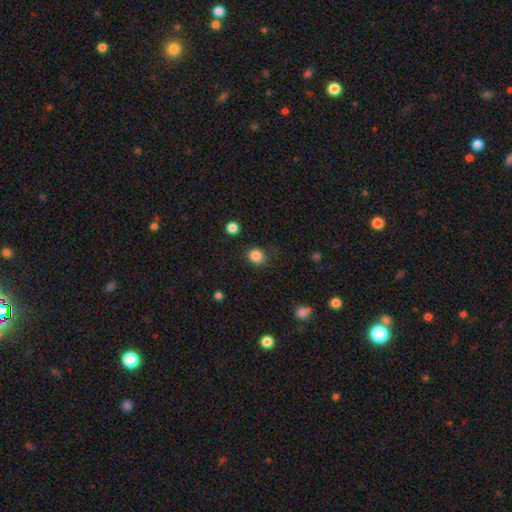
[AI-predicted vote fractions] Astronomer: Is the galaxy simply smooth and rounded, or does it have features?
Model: smooth — 86%.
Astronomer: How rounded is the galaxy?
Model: round — 82%.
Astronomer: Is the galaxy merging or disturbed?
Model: none — 81%.